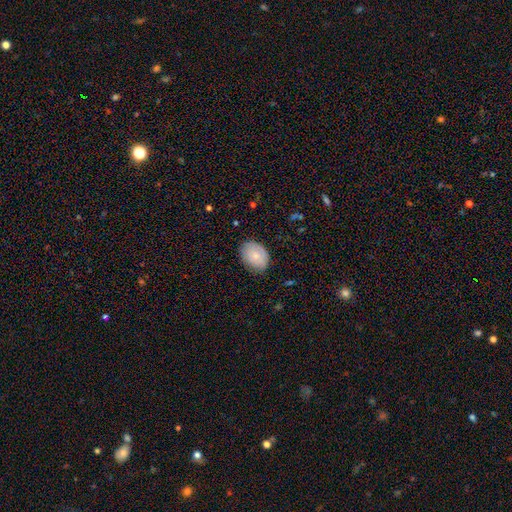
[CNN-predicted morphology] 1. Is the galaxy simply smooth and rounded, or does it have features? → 74% smooth, 19% featured or disk, 7% star or artifact.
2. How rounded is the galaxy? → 73% in between, 26% round, 1% cigar-shaped.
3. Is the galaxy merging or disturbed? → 76% none, 19% minor disturbance, 4% major disturbance, 1% merger.